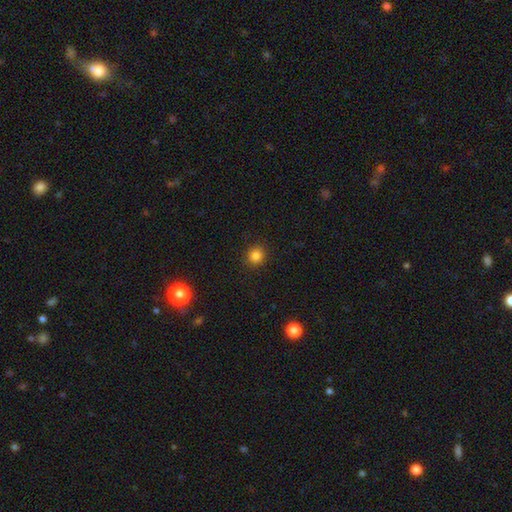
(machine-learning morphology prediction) Overall: smooth (83%). How rounded: round (88%). Merging: none (91%).